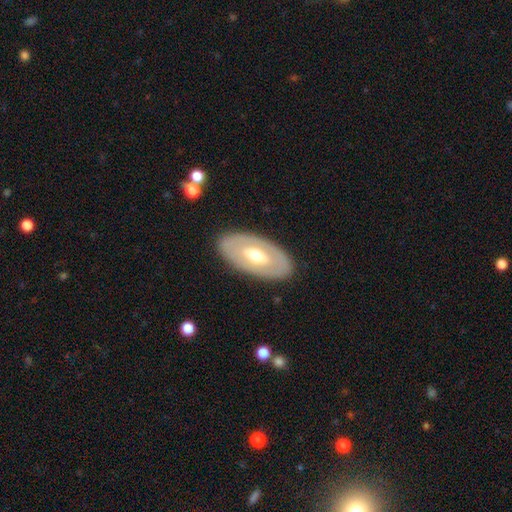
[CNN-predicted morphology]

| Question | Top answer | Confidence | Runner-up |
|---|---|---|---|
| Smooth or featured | featured or disk | 56% | smooth (39%) |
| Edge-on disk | no | 87% | yes (13%) |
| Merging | none | 86% | minor disturbance (10%) |